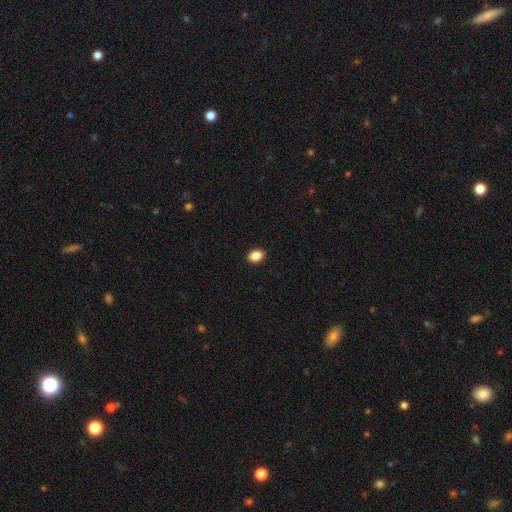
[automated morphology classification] Overall: smooth (88%). How rounded: in between (71%). Merging: none (91%).